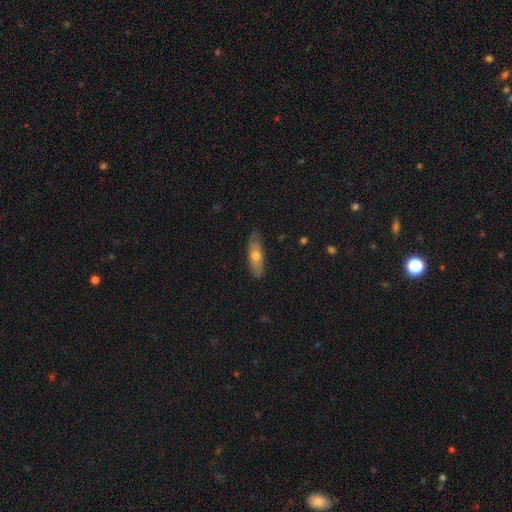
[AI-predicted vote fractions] A smooth galaxy with no disk features (60%) that is in between round and cigar-shaped (51%). Merging: none (80%).